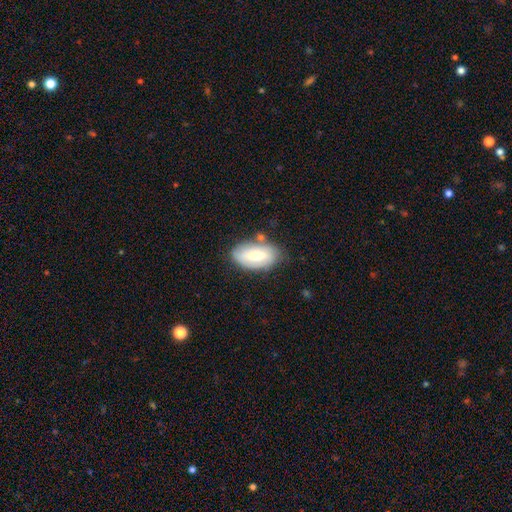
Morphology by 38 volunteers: Volunteers were most divided on "merging": none: 66%, minor disturbance: 31%, major disturbance: 3%, merger: 0%. More confident: how rounded — in between (92%); smooth or featured — smooth (68%).